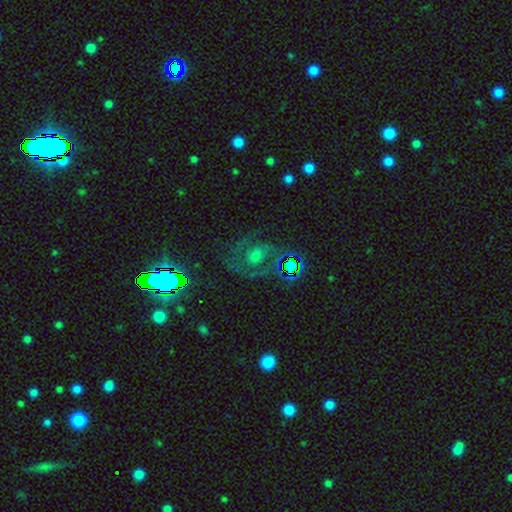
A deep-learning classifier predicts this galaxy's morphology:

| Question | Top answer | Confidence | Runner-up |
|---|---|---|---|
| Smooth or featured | featured or disk | 64% | star or artifact (20%) |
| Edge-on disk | no | 97% | yes (3%) |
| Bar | no | 56% | weak (32%) |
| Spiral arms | yes | 85% | no (15%) |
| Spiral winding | medium | 46% | tight (40%) |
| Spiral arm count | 2 | 58% | can't tell (18%) |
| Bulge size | moderate | 45% | small (38%) |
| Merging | none | 64% | minor disturbance (18%) |